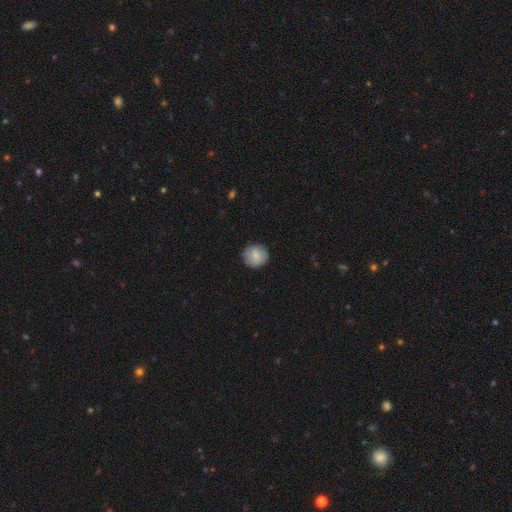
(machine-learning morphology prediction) A smooth galaxy with no disk features (73%) that is round (93%).

Vote fractions:
- Smooth or featured? smooth: 73% / featured or disk: 20% / star or artifact: 7%
- How rounded? round: 93% / in between: 6% / cigar-shaped: 1%
- Merging? none: 84% / minor disturbance: 12% / major disturbance: 3% / merger: 1%